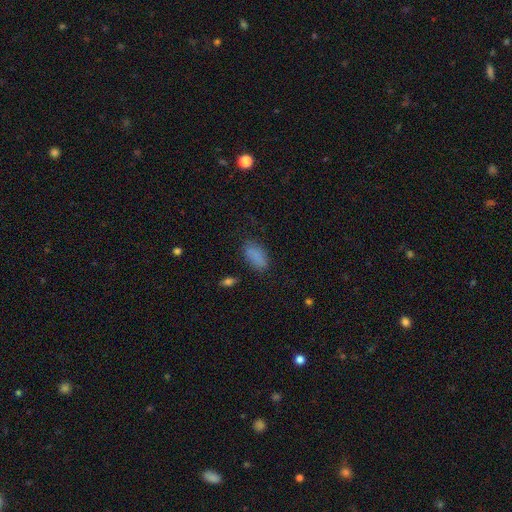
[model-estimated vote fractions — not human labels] This is clearly a smooth galaxy (83%). How rounded: clearly in between (91%). Merging: likely none (74%).